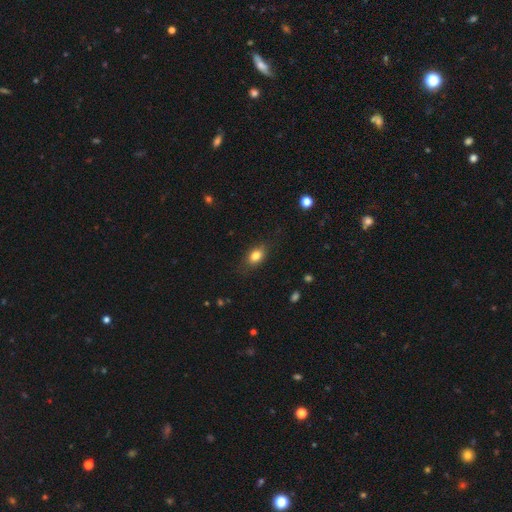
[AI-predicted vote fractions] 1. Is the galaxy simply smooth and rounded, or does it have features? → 82% smooth, 9% featured or disk, 9% star or artifact.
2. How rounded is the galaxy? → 80% in between, 17% round, 3% cigar-shaped.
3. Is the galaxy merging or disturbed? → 79% none, 15% minor disturbance, 4% major disturbance, 1% merger.